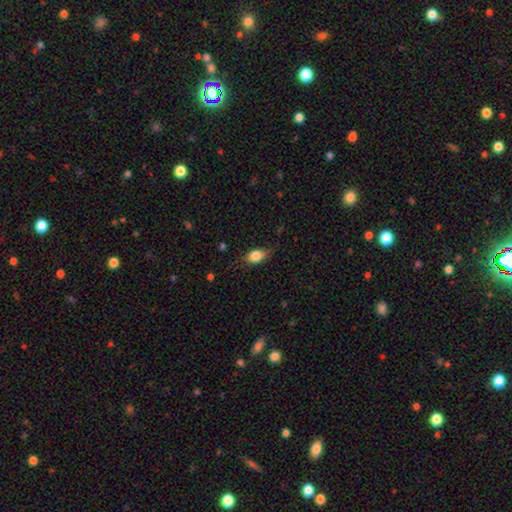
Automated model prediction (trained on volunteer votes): smooth-or-featured: smooth: 83% | featured or disk: 9% | star or artifact: 8%
  how-rounded: in between: 81% | round: 14% | cigar-shaped: 4%
  merging: none: 73% | minor disturbance: 21% | major disturbance: 5% | merger: 1%